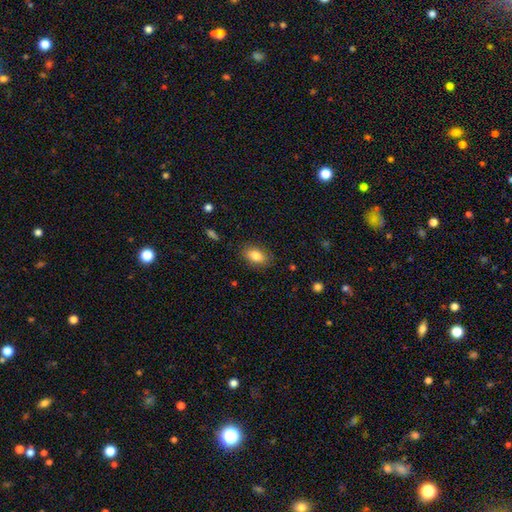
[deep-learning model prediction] Q: Smooth or featured?
A: smooth (84%); runner-up: featured or disk (8%)
Q: How rounded?
A: in between (86%); runner-up: round (12%)
Q: Merging?
A: none (83%); runner-up: minor disturbance (12%)